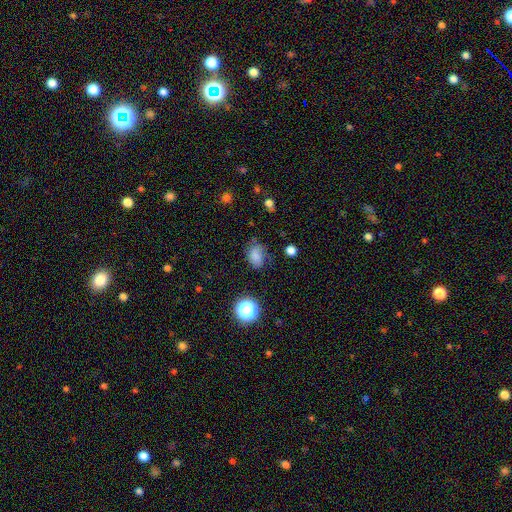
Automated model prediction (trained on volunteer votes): Smooth or featured: smooth — 72% (star or artifact — 14%)
How rounded: in between — 72% (round — 27%)
Merging: none — 59% (minor disturbance — 28%)